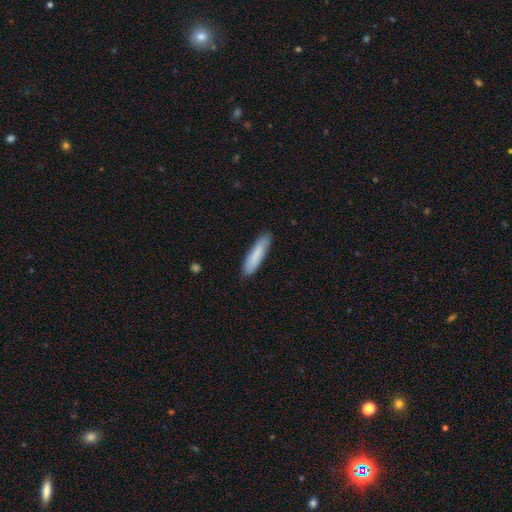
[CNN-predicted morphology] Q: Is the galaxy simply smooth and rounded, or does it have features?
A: smooth — 85%.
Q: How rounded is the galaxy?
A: cigar-shaped — 78%.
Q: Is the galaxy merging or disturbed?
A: none — 85%.